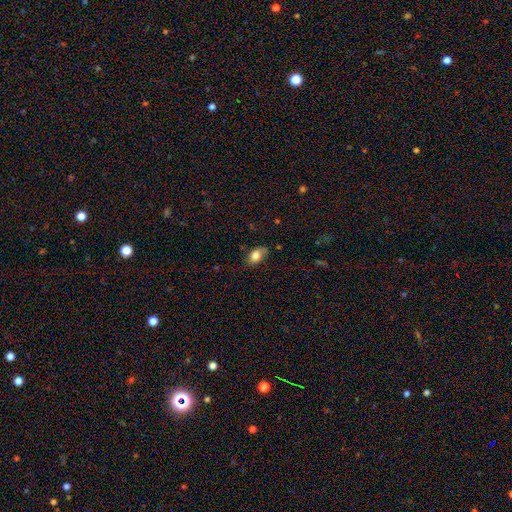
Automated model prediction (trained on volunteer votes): smooth 78%, featured or disk 15%, star or artifact 8%. Down the decision tree: how rounded — in between (89%); merging — none (65%).